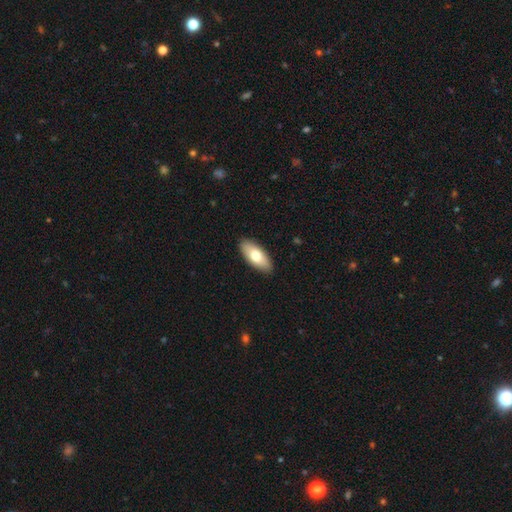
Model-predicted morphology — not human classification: A smooth galaxy with no disk features (73%) that is in between round and cigar-shaped (85%).

Vote fractions:
- Smooth or featured? smooth: 73% / featured or disk: 22% / star or artifact: 6%
- How rounded? in between: 85% / cigar-shaped: 13% / round: 2%
- Merging? none: 90% / minor disturbance: 8% / major disturbance: 2% / merger: 1%